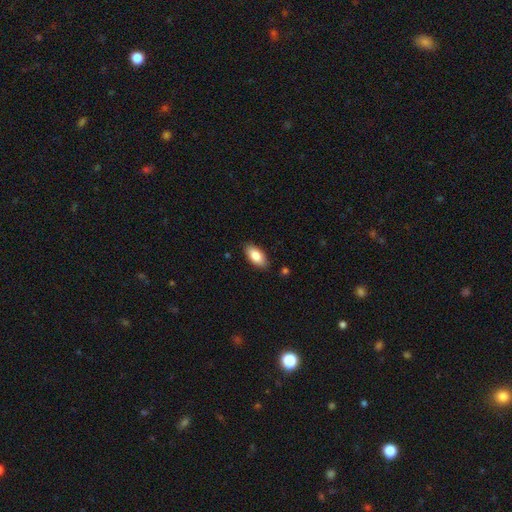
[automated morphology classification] Overall: smooth (85%). How rounded: in between (91%). Merging: none (87%).